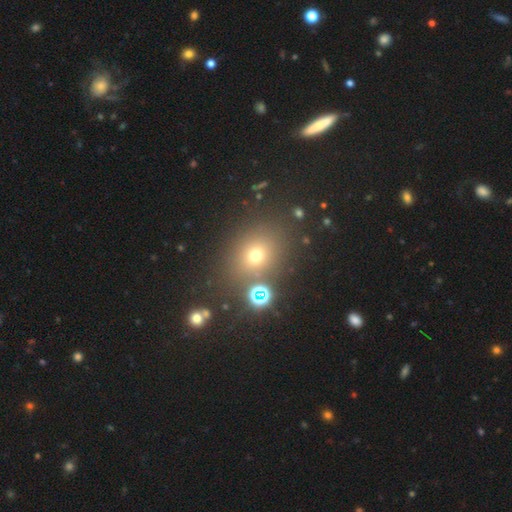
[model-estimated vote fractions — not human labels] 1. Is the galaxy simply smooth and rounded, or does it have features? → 65% smooth, 24% star or artifact, 10% featured or disk.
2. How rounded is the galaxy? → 64% round, 35% in between, 1% cigar-shaped.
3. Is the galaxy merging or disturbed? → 79% none, 10% minor disturbance, 7% merger, 5% major disturbance.